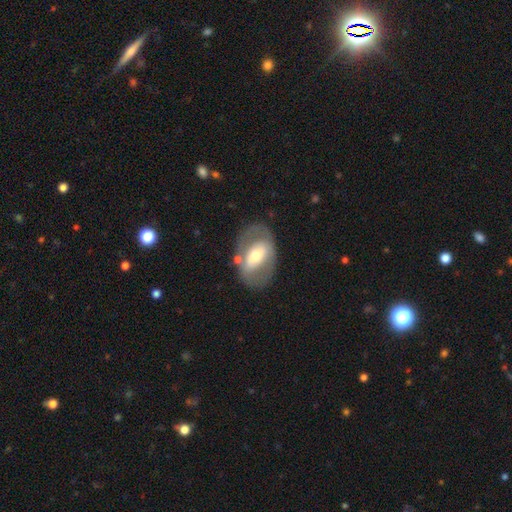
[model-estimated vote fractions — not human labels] A featured or disk galaxy (58%) with no bar (38%), no spiral arms (72%) and a moderate central bulge (63%).

Vote fractions:
- Smooth or featured? featured or disk: 58% / smooth: 36% / star or artifact: 6%
- Edge-on disk? no: 91% / yes: 9%
- Bar? no: 38% / strong: 32% / weak: 30%
- Spiral arms? no: 72% / yes: 28%
- Bulge size? moderate: 63% / small: 19% / large: 16% / dominant: 2% / none: 1%
- Merging? none: 71% / minor disturbance: 15% / major disturbance: 9% / merger: 5%